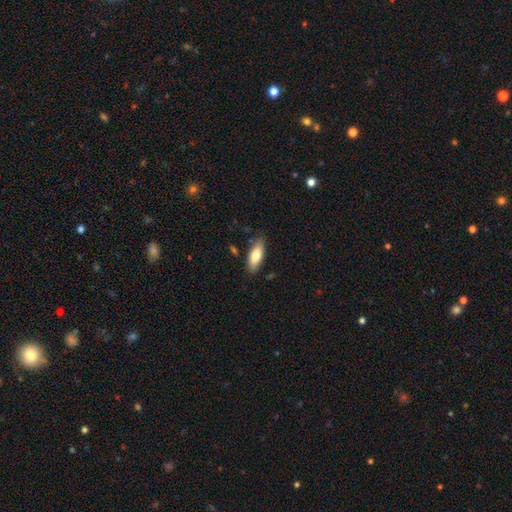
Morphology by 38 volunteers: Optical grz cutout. It shows a smooth galaxy with no disk features (76%) that is in between round and cigar-shaped (66%). Merging: none (89%).